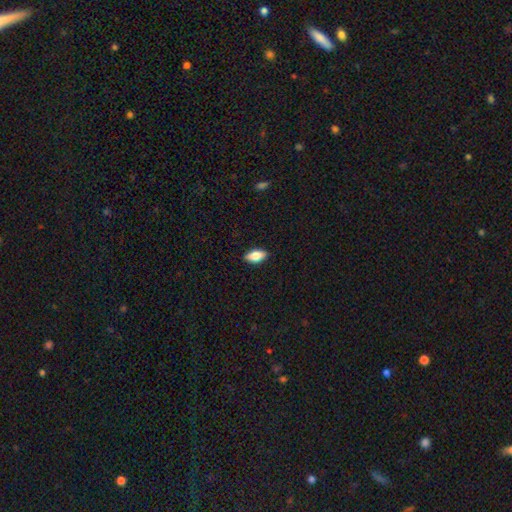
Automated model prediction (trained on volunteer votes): This appears to be a smooth galaxy with no disk features (80%) that is in between round and cigar-shaped (88%). Merging: none (89%).